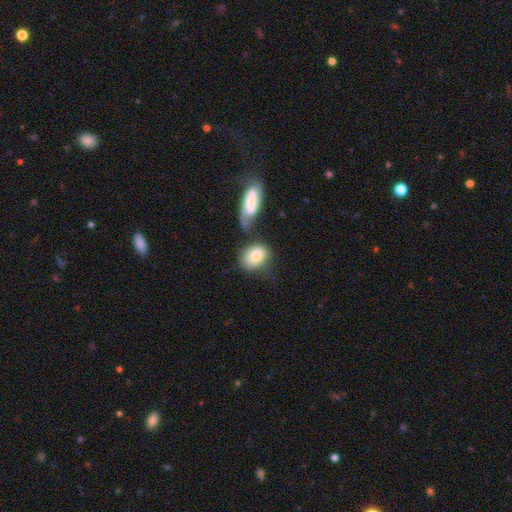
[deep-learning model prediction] This appears to be a smooth galaxy with no disk features (81%) that is in between round and cigar-shaped (66%). Merging: none (46%).